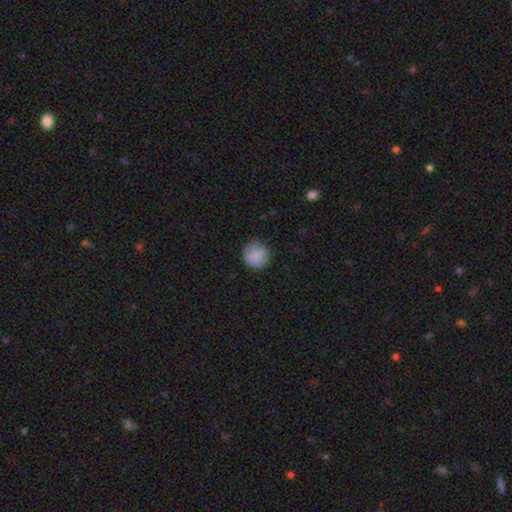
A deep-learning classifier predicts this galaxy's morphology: This is clearly a smooth galaxy (85%). How rounded: clearly round (93%). Merging: clearly none (86%).